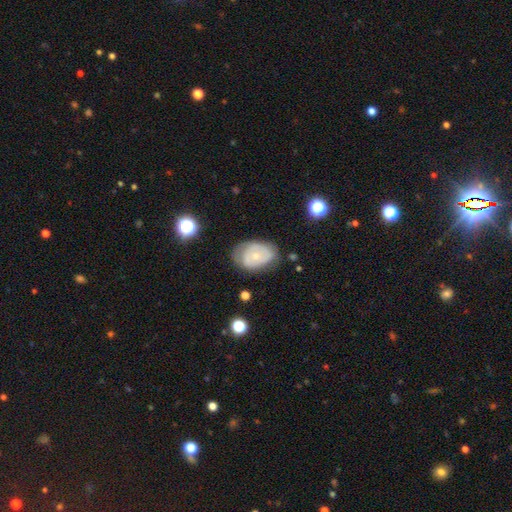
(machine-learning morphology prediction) The model was most divided on "smooth or featured": featured or disk: 53%, smooth: 40%, star or artifact: 8%. More confident: edge-on disk — no (95%); bar — no (81%); bulge size — small (67%); spiral arms — yes (64%); merging — none (59%).